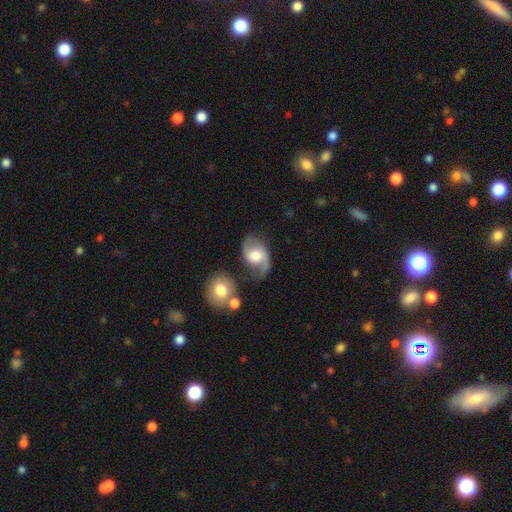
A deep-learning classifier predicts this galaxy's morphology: Smooth or featured? featured or disk (71%)
Edge-on disk? no (97%)
Bar? no (54%)
Spiral arms? yes (89%)
Spiral winding? loose (47%)
Spiral arm count? 2 (78%)
Bulge size? moderate (60%)
Merging? none (54%)